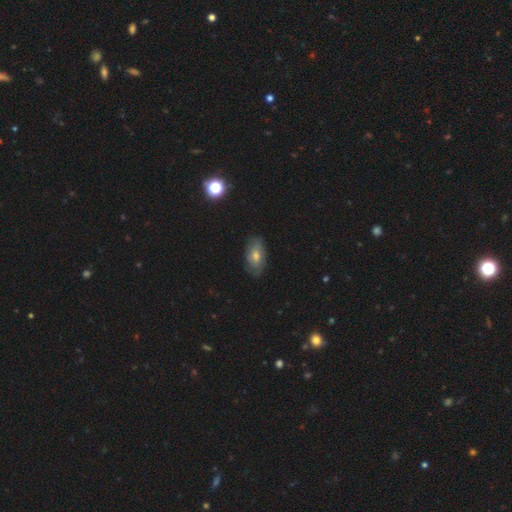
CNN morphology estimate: Overall: smooth (52%; featured or disk 36%). How rounded: in between (89%). Merging: none (79%).